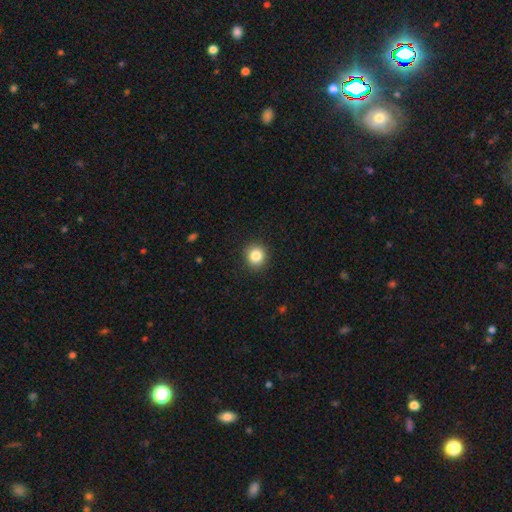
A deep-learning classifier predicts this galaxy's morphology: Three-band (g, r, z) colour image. It shows a smooth galaxy with no disk features (84%) that is round (88%). Merging: none (91%).